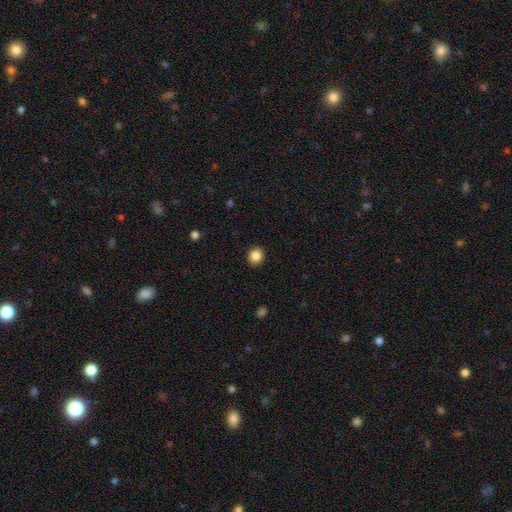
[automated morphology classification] This is clearly a smooth galaxy (86%). How rounded: likely round (74%). Merging: clearly none (90%).